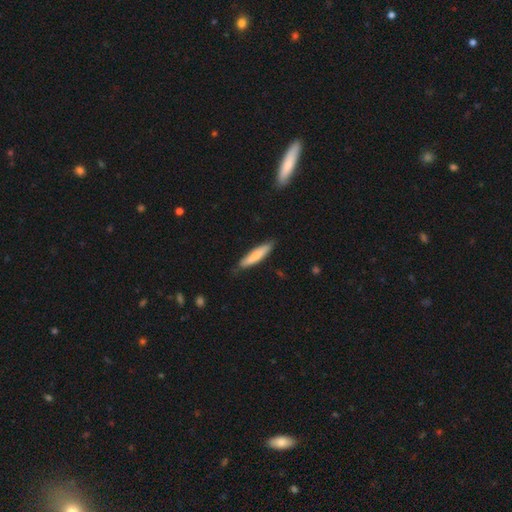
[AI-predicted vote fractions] Q: Smooth or featured?
A: smooth (77%); runner-up: featured or disk (18%)
Q: How rounded?
A: cigar-shaped (82%); runner-up: in between (17%)
Q: Merging?
A: none (82%); runner-up: minor disturbance (15%)